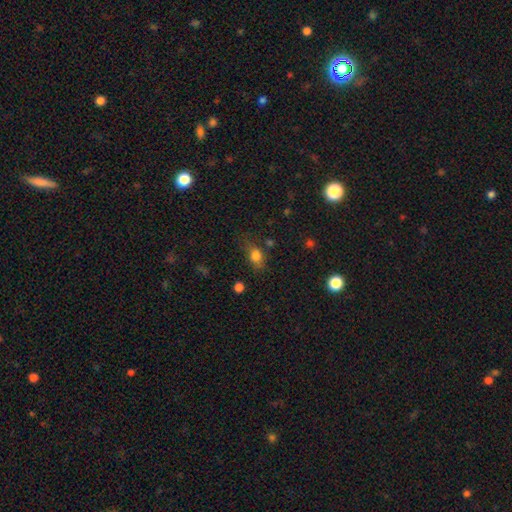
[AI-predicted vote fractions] The model was most divided on "merging": none: 63%, minor disturbance: 24%, major disturbance: 9%, merger: 3%. More confident: smooth or featured — smooth (80%); how rounded — in between (67%).